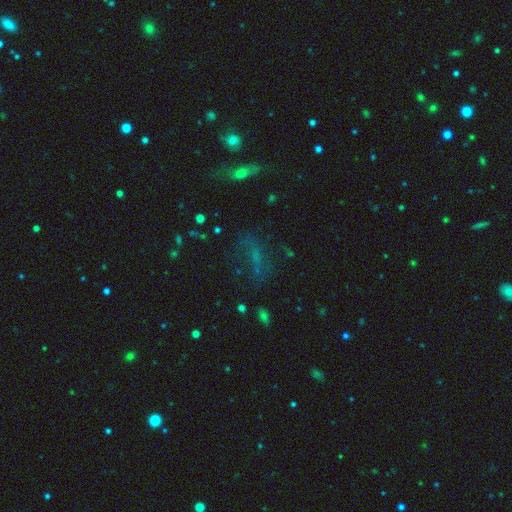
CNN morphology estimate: The model was most divided on "smooth or featured": star or artifact: 38%, smooth: 34%, featured or disk: 29%.